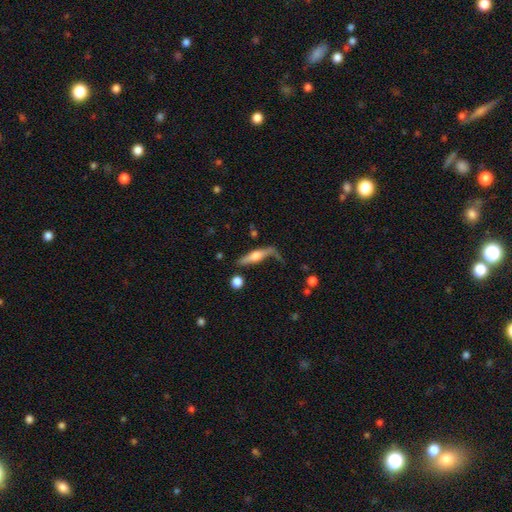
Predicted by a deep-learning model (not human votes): The model was most divided on "smooth or featured": featured or disk: 57%, smooth: 37%, star or artifact: 6%. More confident: edge-on disk — yes (84%); merging — none (50%).